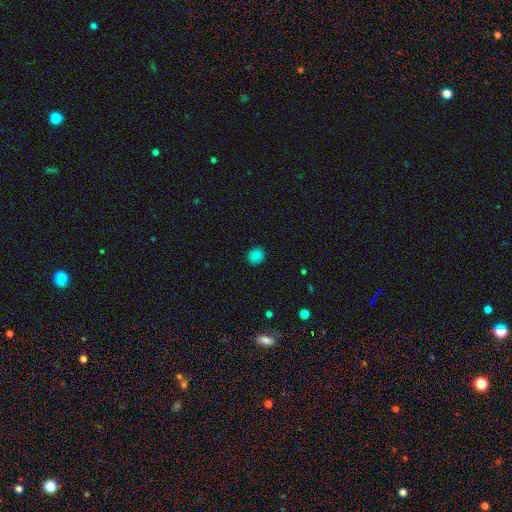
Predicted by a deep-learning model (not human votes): Overall: smooth (83%). How rounded: round (79%). Merging: none (89%).